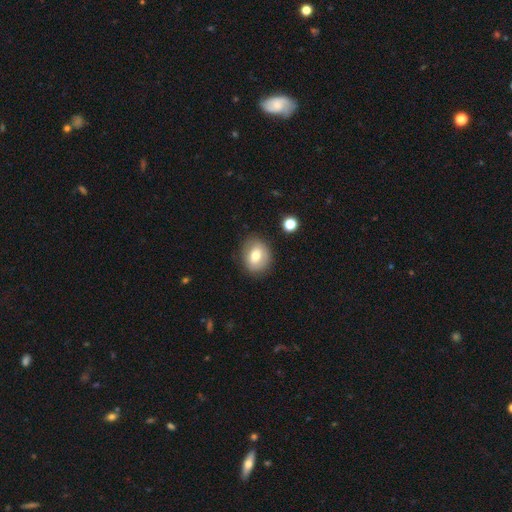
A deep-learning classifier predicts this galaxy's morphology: A smooth galaxy with no disk features (67%) that is round (53%).

Vote fractions:
- Smooth or featured? smooth: 67% / featured or disk: 25% / star or artifact: 9%
- How rounded? round: 53% / in between: 46% / cigar-shaped: 1%
- Merging? none: 83% / minor disturbance: 12% / major disturbance: 3% / merger: 2%